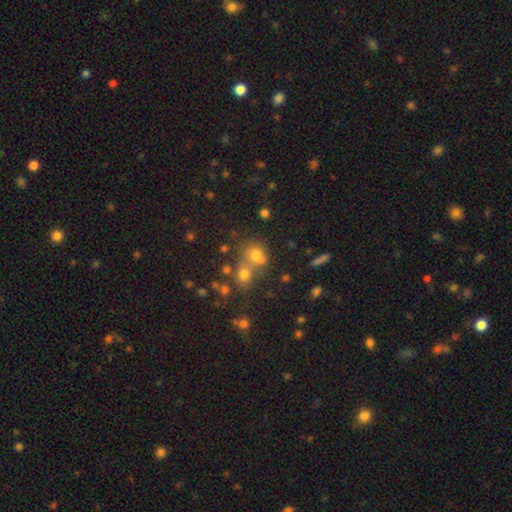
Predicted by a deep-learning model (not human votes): Smooth or featured? Predicted: smooth (p=0.64). How rounded? Predicted: round (p=0.67). Merging? Predicted: none (p=0.44).